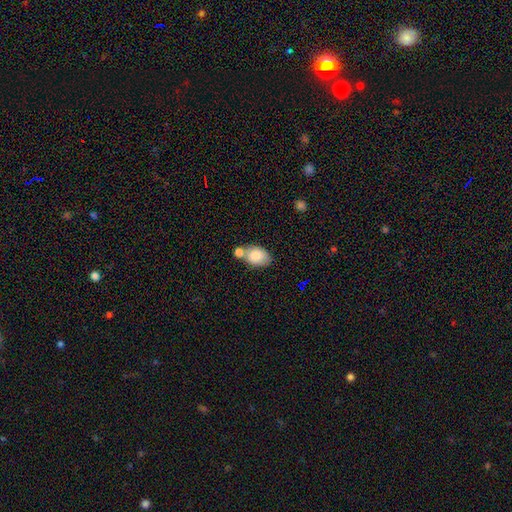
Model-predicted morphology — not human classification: smooth_or_featured: smooth (p=0.83) [alt: featured or disk p=0.10]
how_rounded: in between (p=0.85) [alt: round p=0.14]
merging: none (p=0.46) [alt: merger p=0.35]